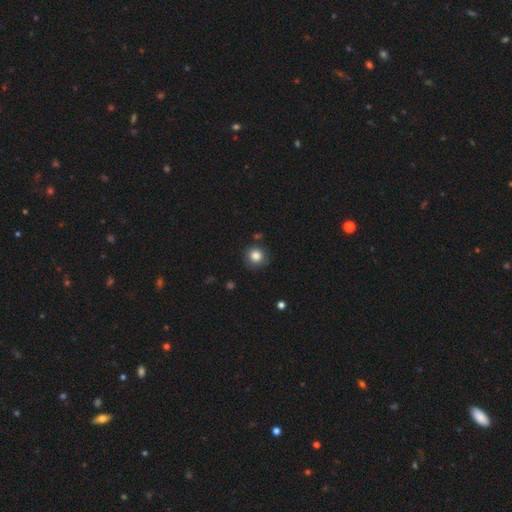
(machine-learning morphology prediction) Smooth or featured?
  - smooth: 84% *
  - star or artifact: 10%
  - featured or disk: 6%
How rounded?
  - round: 92% *
  - in between: 8%
  - cigar-shaped: 1%
Merging?
  - none: 84% *
  - minor disturbance: 11%
  - major disturbance: 3%
  - merger: 2%